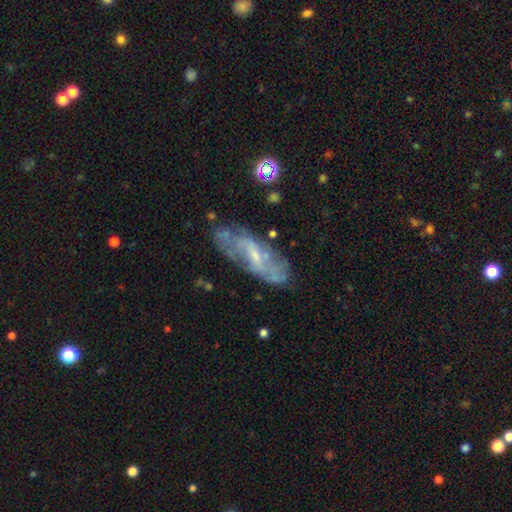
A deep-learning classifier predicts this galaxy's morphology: Smooth or featured? featured or disk (67%)
Edge-on disk? no (84%)
Bar? weak (47%)
Spiral arms? yes (63%)
Bulge size? small (64%)
Merging? none (65%)